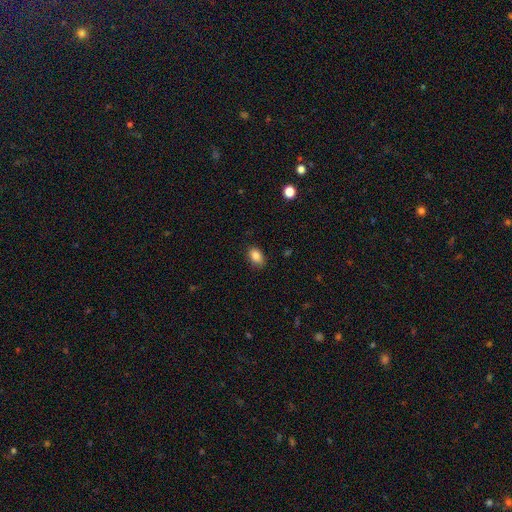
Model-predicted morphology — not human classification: type=smooth (86%); roundness=in between (86%); merging=none (83%).